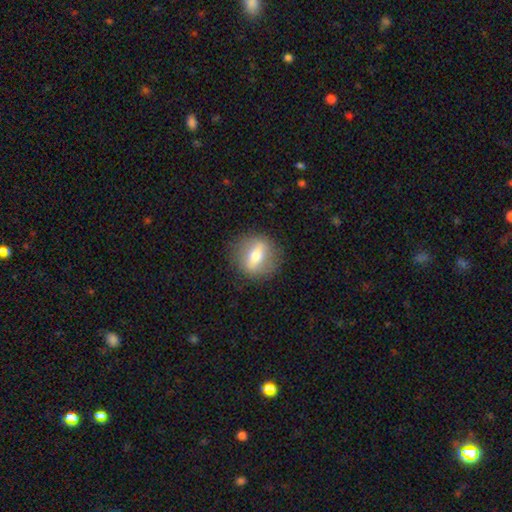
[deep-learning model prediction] The model was most divided on "smooth or featured": featured or disk: 48%, smooth: 44%, star or artifact: 8%. More confident: merging — none (86%).